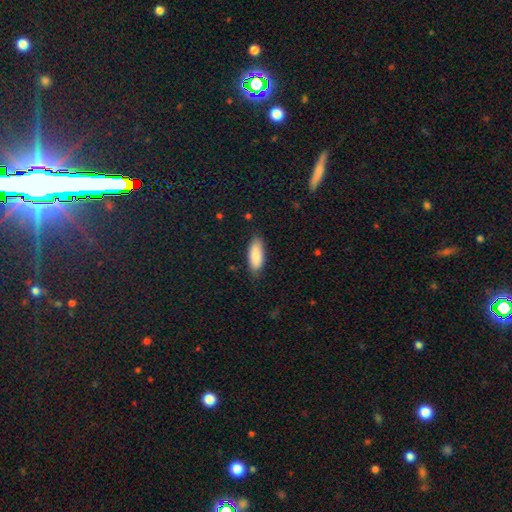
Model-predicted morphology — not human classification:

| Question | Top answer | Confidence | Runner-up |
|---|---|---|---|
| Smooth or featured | smooth | 87% | featured or disk (7%) |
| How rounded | in between | 81% | cigar-shaped (18%) |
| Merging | none | 80% | minor disturbance (16%) |